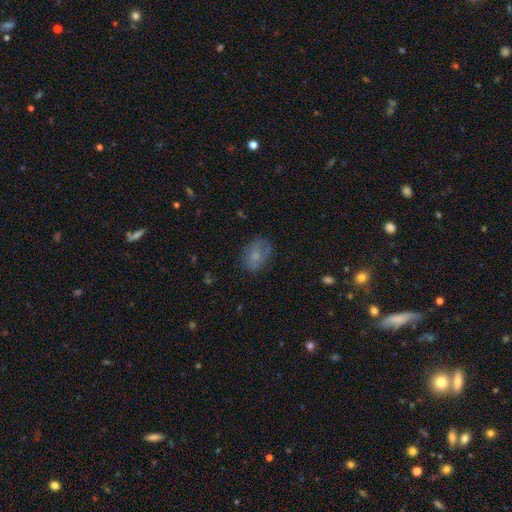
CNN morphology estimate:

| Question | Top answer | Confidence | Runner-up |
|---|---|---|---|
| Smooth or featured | smooth | 63% | featured or disk (28%) |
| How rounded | in between | 76% | round (23%) |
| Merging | none | 67% | minor disturbance (23%) |